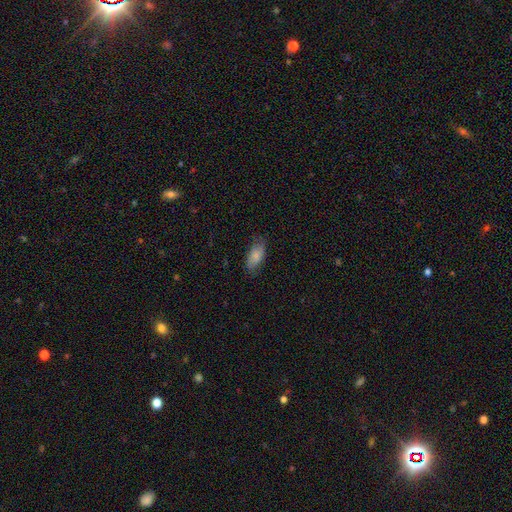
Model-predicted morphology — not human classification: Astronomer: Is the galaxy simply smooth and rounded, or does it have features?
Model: smooth — 80%.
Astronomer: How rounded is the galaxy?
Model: in between — 89%.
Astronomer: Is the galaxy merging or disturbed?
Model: none — 72%.